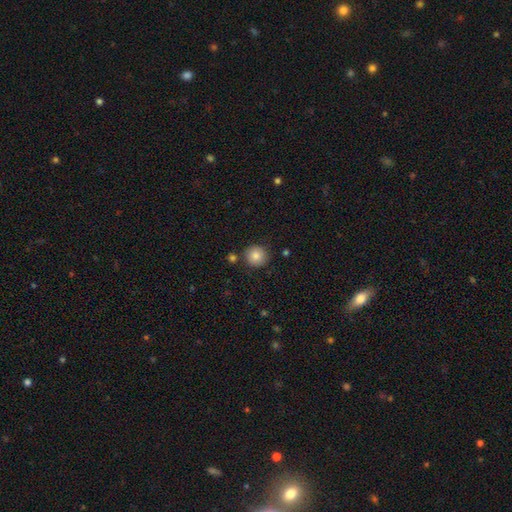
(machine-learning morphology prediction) Smooth or featured: smooth — 84% (star or artifact — 10%)
How rounded: round — 93% (in between — 6%)
Merging: none — 85% (minor disturbance — 8%)